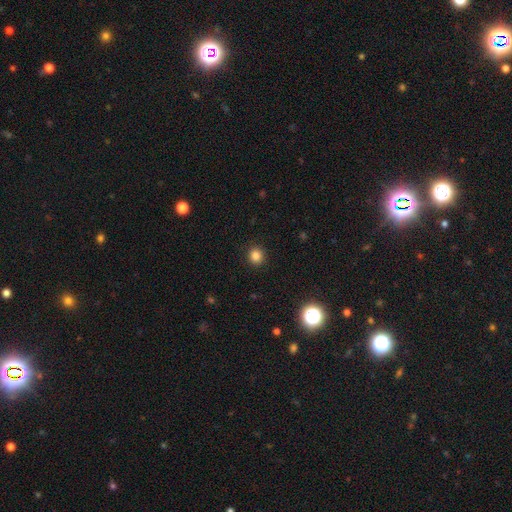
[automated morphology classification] A smooth galaxy with no disk features (83%) that is round (88%).

Vote fractions:
- Smooth or featured? smooth: 83% / star or artifact: 13% / featured or disk: 4%
- How rounded? round: 88% / in between: 11% / cigar-shaped: 1%
- Merging? none: 92% / minor disturbance: 5% / major disturbance: 2% / merger: 1%